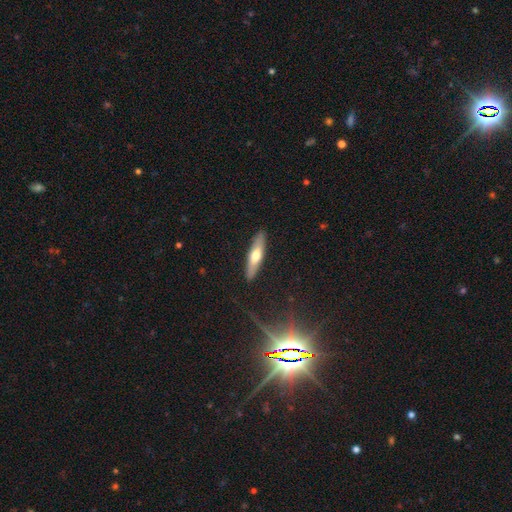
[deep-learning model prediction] Smooth or featured?
  - smooth: 57% *
  - featured or disk: 37%
  - star or artifact: 6%
How rounded?
  - cigar-shaped: 75% *
  - in between: 23%
  - round: 2%
Merging?
  - none: 89% *
  - minor disturbance: 8%
  - major disturbance: 2%
  - merger: 1%